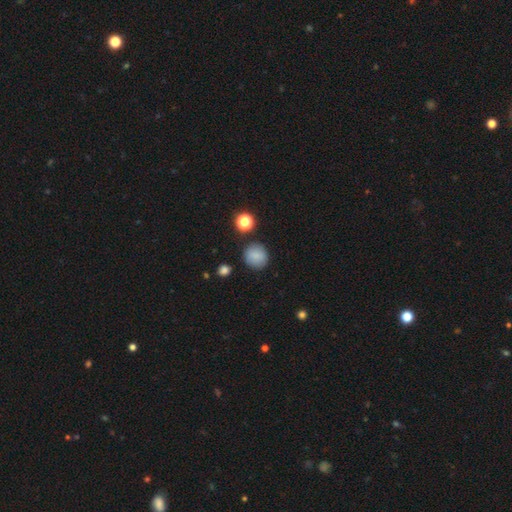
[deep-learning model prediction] Smooth or featured?
  - smooth: 84% *
  - star or artifact: 10%
  - featured or disk: 6%
How rounded?
  - round: 88% *
  - in between: 11%
  - cigar-shaped: 1%
Merging?
  - none: 84% *
  - minor disturbance: 10%
  - major disturbance: 3%
  - merger: 3%